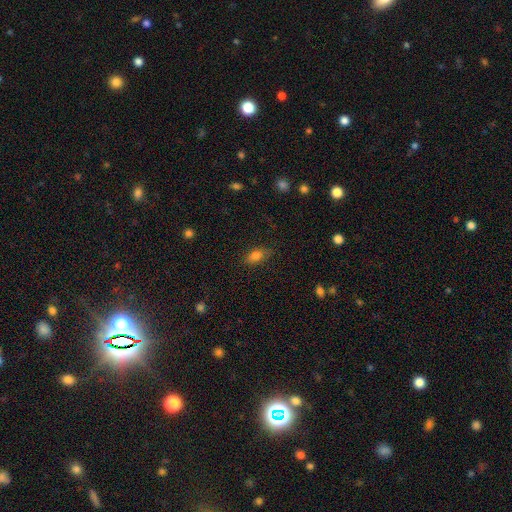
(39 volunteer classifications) smooth_or_featured: smooth (p=0.90) [alt: featured or disk p=0.08]
how_rounded: in between (p=0.94) [alt: round p=0.03]
merging: none (p=0.76) [alt: minor disturbance p=0.16]